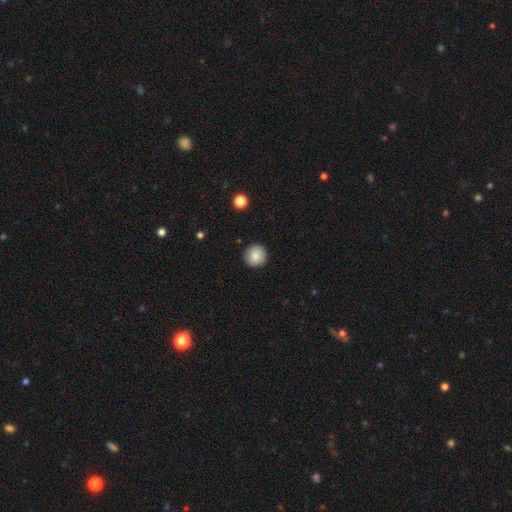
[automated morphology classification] smooth 86%, star or artifact 8%, featured or disk 6%. Down the decision tree: how rounded — round (95%); merging — none (92%).